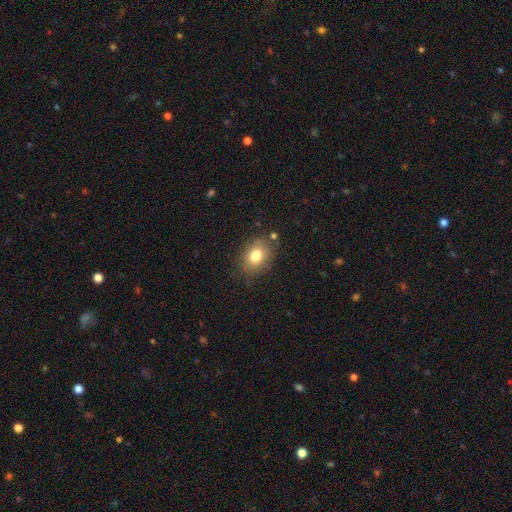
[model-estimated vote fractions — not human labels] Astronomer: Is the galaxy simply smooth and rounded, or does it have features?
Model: smooth — 78%.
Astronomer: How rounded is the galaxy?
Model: in between — 55% (runner-up: round, 44%).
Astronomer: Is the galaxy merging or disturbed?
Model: none — 77%.